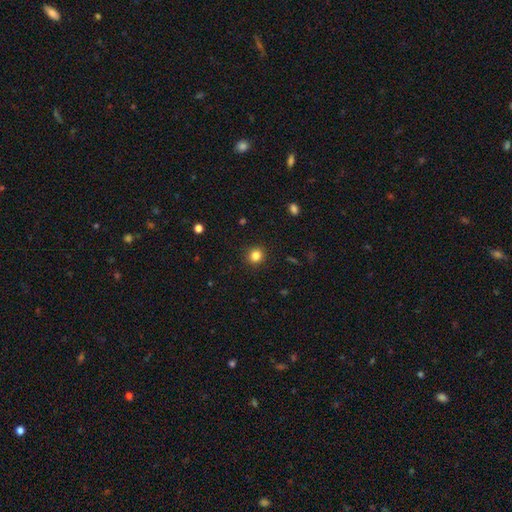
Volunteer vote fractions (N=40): Volunteers were most divided on "smooth or featured": smooth: 85%, star or artifact: 10%, featured or disk: 5%. More confident: merging — none (97%); how rounded — round (97%).